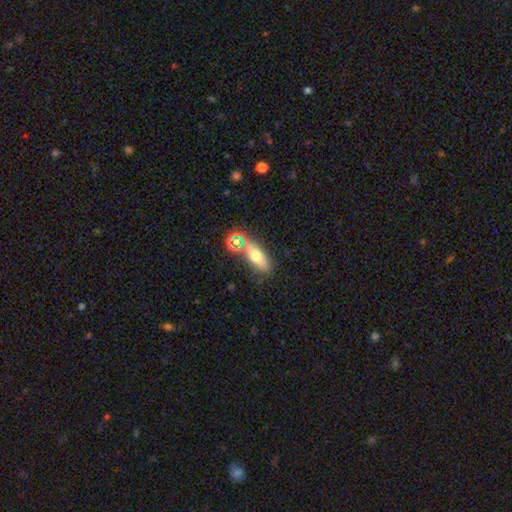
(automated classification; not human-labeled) A smooth galaxy with no disk features (64%) that is in between round and cigar-shaped (63%). Merging: none (70%).